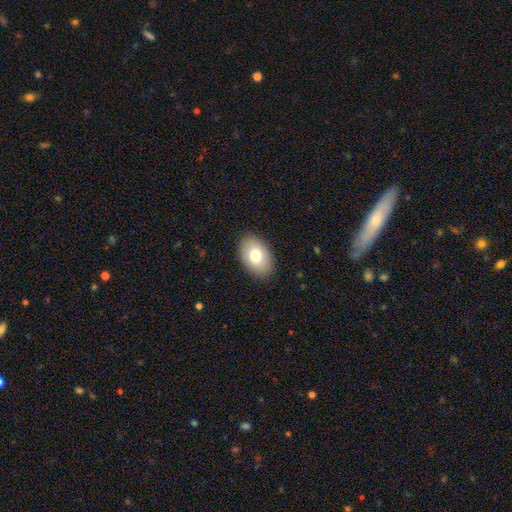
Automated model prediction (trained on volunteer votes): This is likely a smooth galaxy (77%). How rounded: clearly in between (89%). Merging: clearly none (88%).